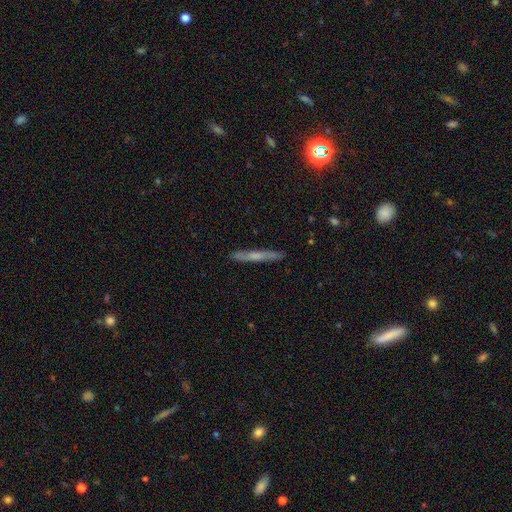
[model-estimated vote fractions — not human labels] Smooth or featured? smooth (49%)
Merging? none (89%)